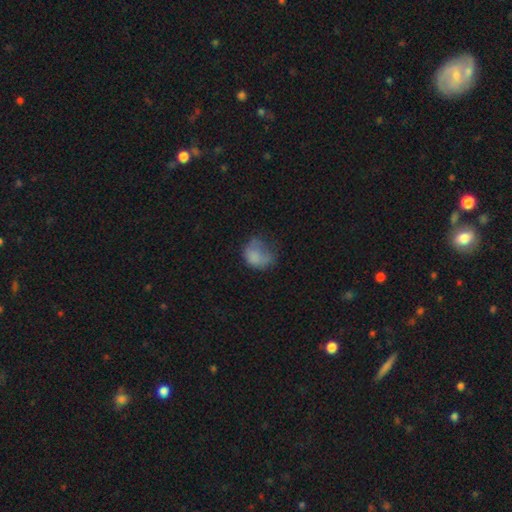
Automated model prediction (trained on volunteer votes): Q: Smooth or featured?
A: smooth (70%); runner-up: featured or disk (19%)
Q: How rounded?
A: in between (50%); runner-up: round (49%)
Q: Merging?
A: major disturbance (37%); runner-up: none (30%)